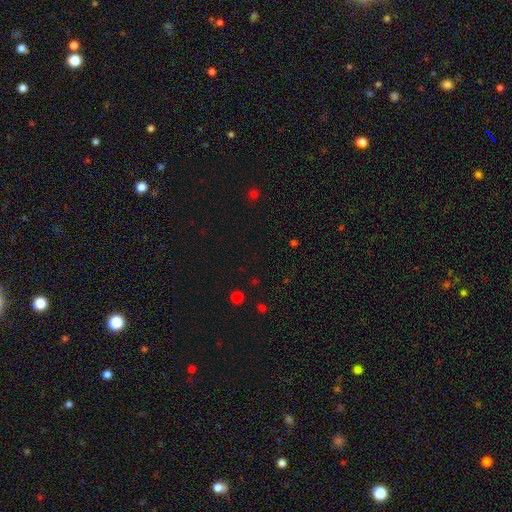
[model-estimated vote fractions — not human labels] Smooth or featured? star or artifact (57%)